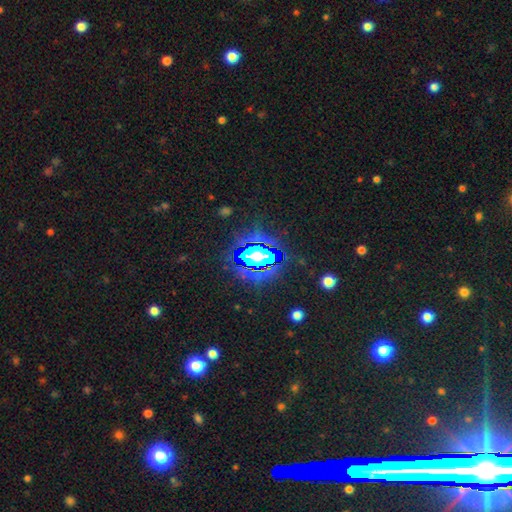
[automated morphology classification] Smooth or featured? star or artifact (65%)